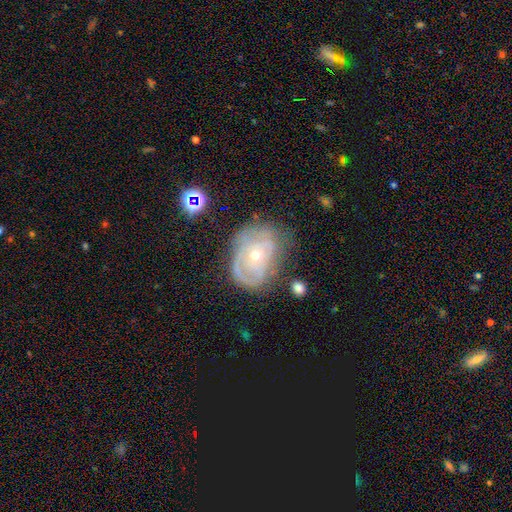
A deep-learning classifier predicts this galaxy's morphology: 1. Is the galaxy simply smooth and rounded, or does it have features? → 72% featured or disk, 20% smooth, 8% star or artifact.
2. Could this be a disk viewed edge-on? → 96% no, 4% yes.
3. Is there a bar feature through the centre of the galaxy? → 79% no, 17% weak, 4% strong.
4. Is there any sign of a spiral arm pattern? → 70% yes, 30% no.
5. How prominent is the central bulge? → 56% small, 40% moderate, 2% large, 1% none, 1% dominant.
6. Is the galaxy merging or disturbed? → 53% none, 27% minor disturbance, 17% major disturbance, 3% merger.